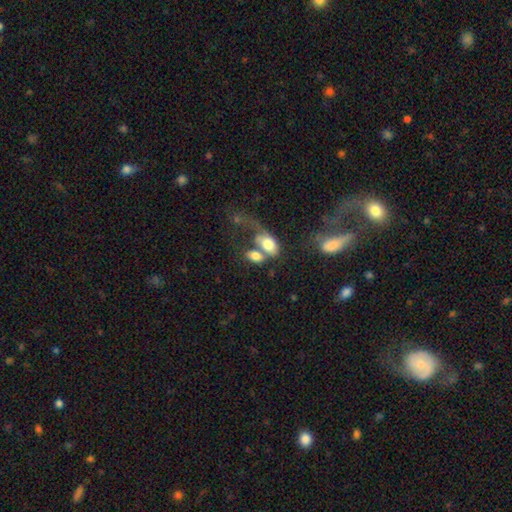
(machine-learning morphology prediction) The model was most divided on "merging": merger: 61%, none: 16%, major disturbance: 15%, minor disturbance: 8%. More confident: how rounded — in between (87%); smooth or featured — smooth (71%).